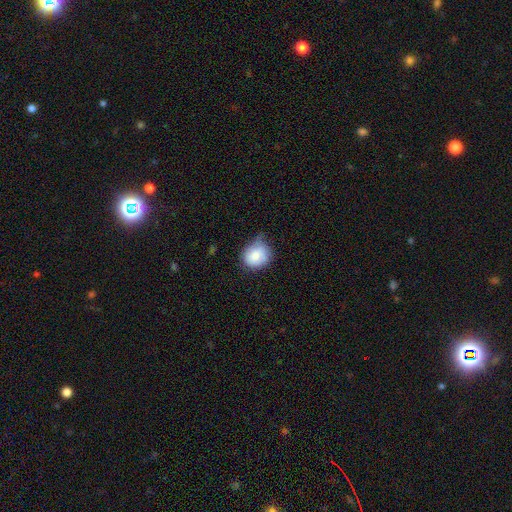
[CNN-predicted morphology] smooth_or_featured: smooth (p=0.83) [alt: featured or disk p=0.09]
how_rounded: round (p=0.71) [alt: in between p=0.28]
merging: minor disturbance (p=0.46) [alt: none p=0.40]